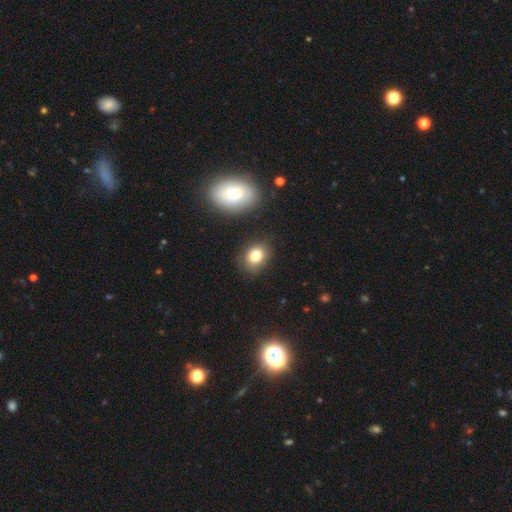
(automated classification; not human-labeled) Q: Smooth or featured?
A: smooth (79%); runner-up: star or artifact (11%)
Q: How rounded?
A: in between (57%); runner-up: round (42%)
Q: Merging?
A: none (83%); runner-up: minor disturbance (11%)